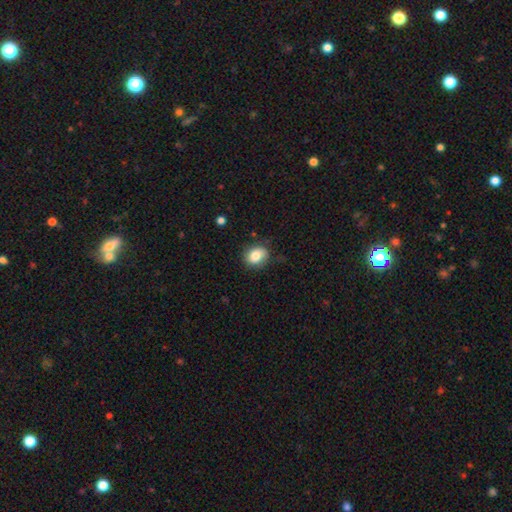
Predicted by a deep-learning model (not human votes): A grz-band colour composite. It shows a smooth galaxy with no disk features (81%) that is round (54%). Merging: none (80%).